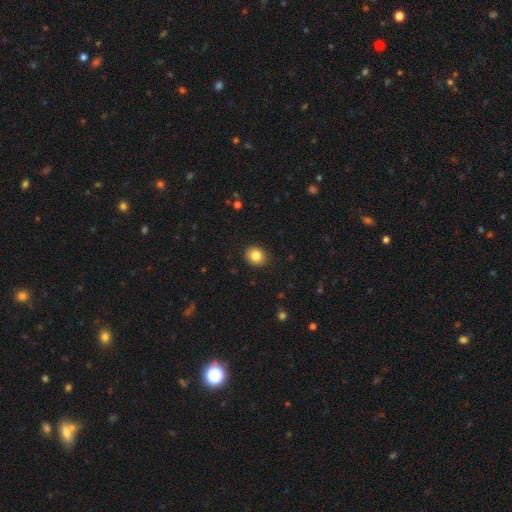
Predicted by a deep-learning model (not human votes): Smooth or featured? Predicted: smooth (p=0.84). How rounded? Predicted: round (p=0.71). Merging? Predicted: none (p=0.89).